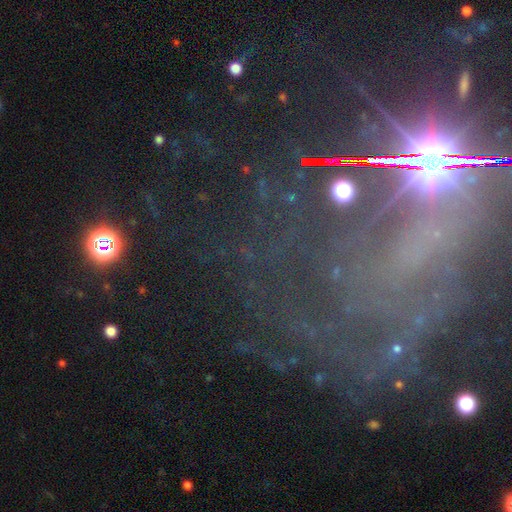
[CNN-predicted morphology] Q: Smooth or featured?
A: star or artifact (57%); runner-up: featured or disk (30%)